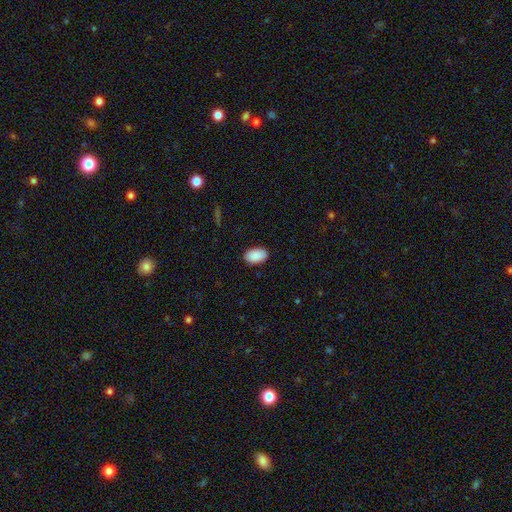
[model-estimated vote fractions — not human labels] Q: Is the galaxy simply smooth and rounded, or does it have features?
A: smooth — 91%.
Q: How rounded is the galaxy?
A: in between — 93%.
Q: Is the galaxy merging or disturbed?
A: none — 88%.